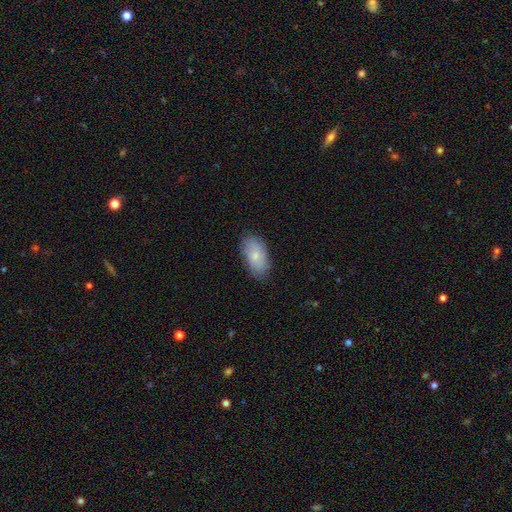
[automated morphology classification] The model was most divided on "merging": none: 76%, minor disturbance: 19%, major disturbance: 4%, merger: 1%. More confident: how rounded — in between (94%); smooth or featured — smooth (76%).